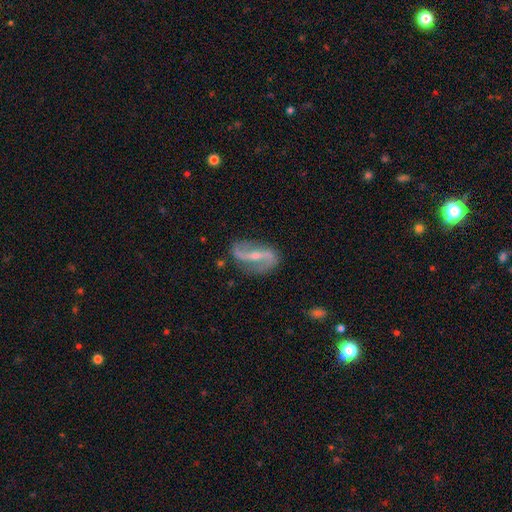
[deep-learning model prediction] The model was most divided on "bar": strong: 45%, weak: 33%, no: 22%. More confident: edge-on disk — no (96%); spiral arms — yes (95%); spiral arm count — 2 (92%); smooth or featured — featured or disk (89%); merging — none (78%); spiral winding — loose (71%); bulge size — small (64%).